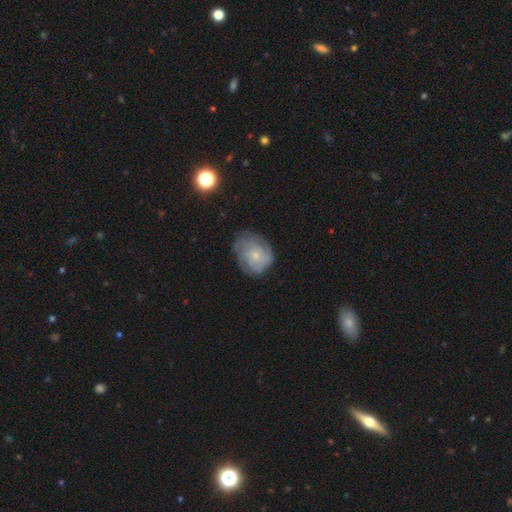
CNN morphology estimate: This appears to be a featured or disk galaxy (49%). Merging: none (62%).